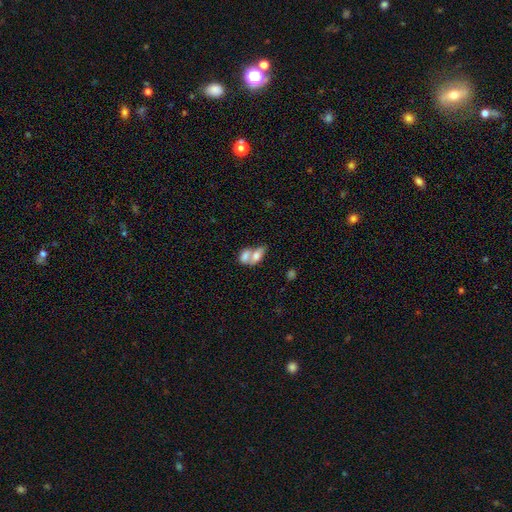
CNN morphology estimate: Q: Smooth or featured?
A: smooth (70%); runner-up: featured or disk (23%)
Q: How rounded?
A: in between (85%); runner-up: round (9%)
Q: Merging?
A: merger (74%); runner-up: none (16%)